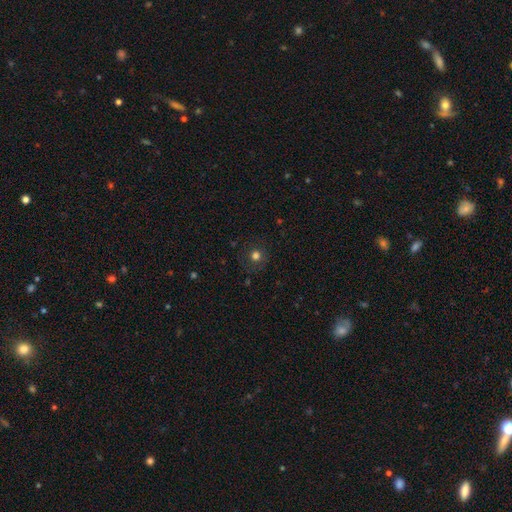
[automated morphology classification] Smooth or featured? Predicted: smooth (p=0.73). How rounded? Predicted: round (p=0.92). Merging? Predicted: none (p=0.85).